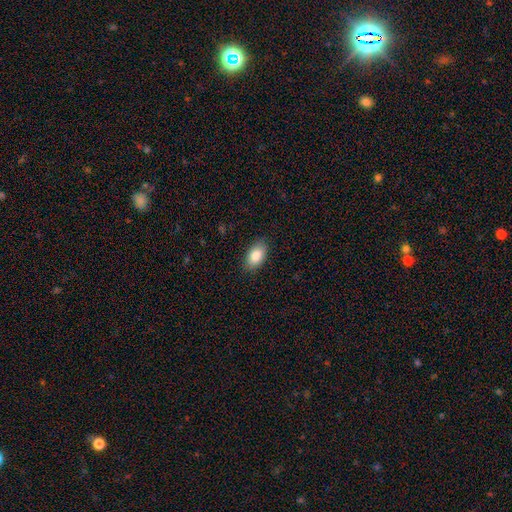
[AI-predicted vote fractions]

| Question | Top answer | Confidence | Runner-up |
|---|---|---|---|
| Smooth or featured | smooth | 86% | featured or disk (7%) |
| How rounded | in between | 92% | round (7%) |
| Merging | none | 86% | minor disturbance (11%) |